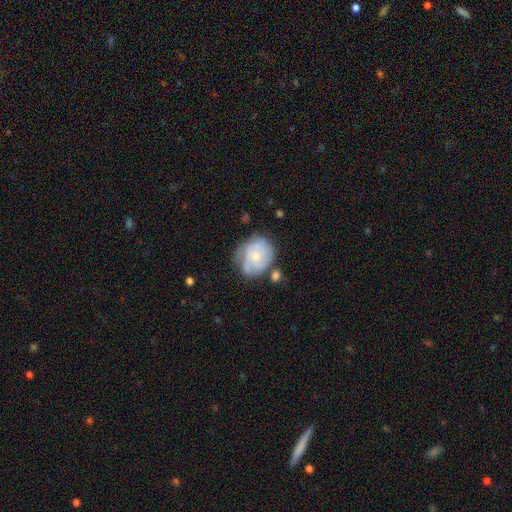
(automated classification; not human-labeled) Morphology: type=featured or disk (59%); edge-on=no (98%); bar=no (79%); spiral arms=yes (73%); bulge=small (54%); merging=none (52%).